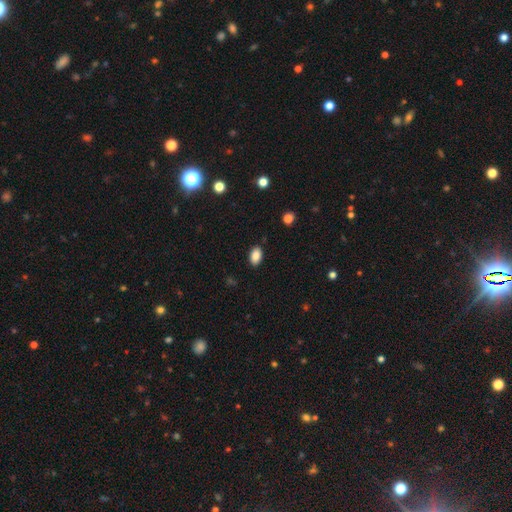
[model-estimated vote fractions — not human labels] Smooth or featured?
  - smooth: 87% *
  - star or artifact: 8%
  - featured or disk: 5%
How rounded?
  - in between: 91% *
  - round: 8%
  - cigar-shaped: 2%
Merging?
  - none: 88% *
  - minor disturbance: 9%
  - major disturbance: 2%
  - merger: 1%